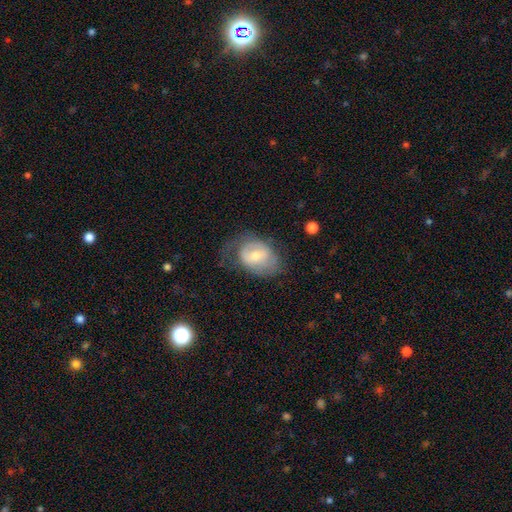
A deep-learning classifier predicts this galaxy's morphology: This is possibly a featured or disk galaxy (49%). Merging: possibly none (48%).